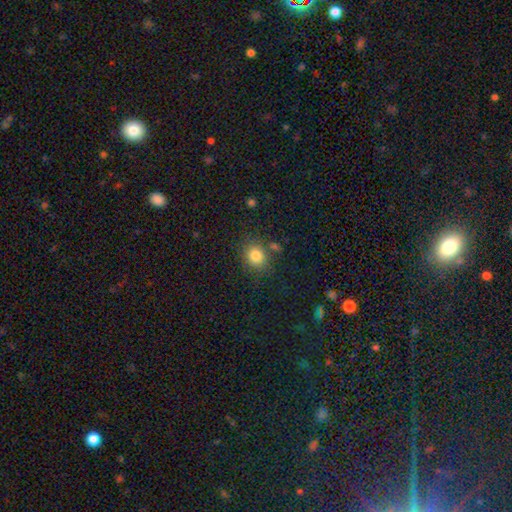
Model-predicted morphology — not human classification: Q: Smooth or featured?
A: smooth (82%); runner-up: star or artifact (11%)
Q: How rounded?
A: round (67%); runner-up: in between (32%)
Q: Merging?
A: none (76%); runner-up: minor disturbance (13%)